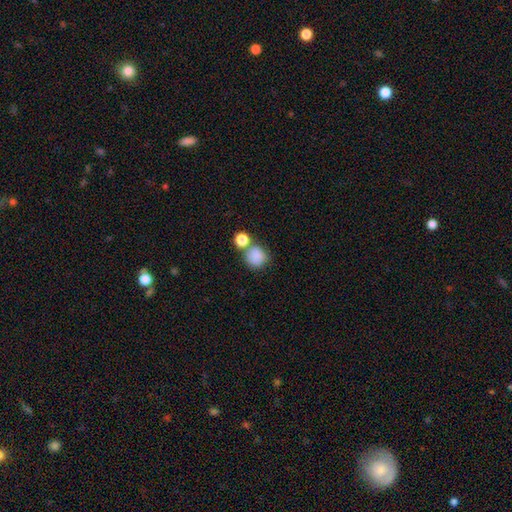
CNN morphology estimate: A smooth galaxy with no disk features (84%) that is round (86%). Merging: none (52%).